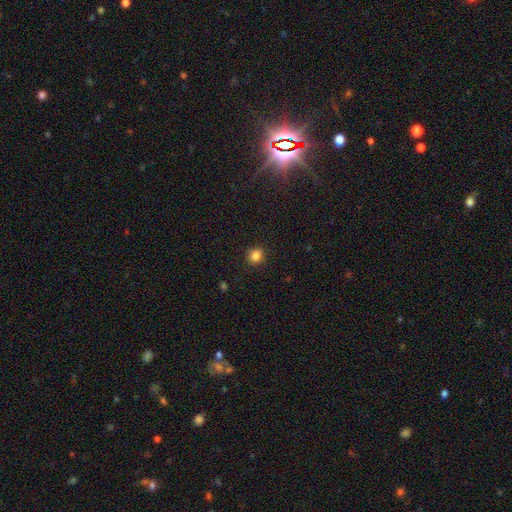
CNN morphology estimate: Q: Smooth or featured?
A: smooth (84%); runner-up: star or artifact (12%)
Q: How rounded?
A: round (77%); runner-up: in between (22%)
Q: Merging?
A: none (90%); runner-up: minor disturbance (7%)